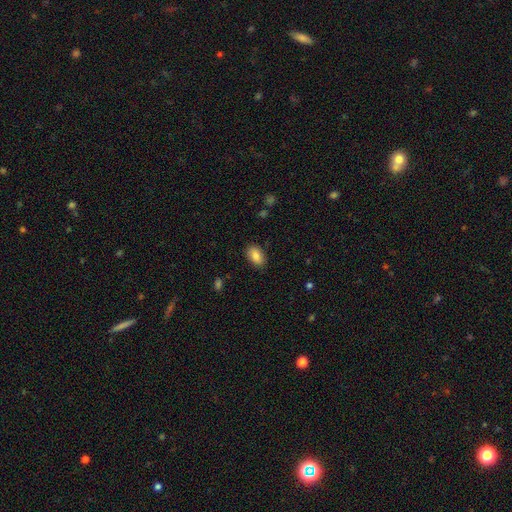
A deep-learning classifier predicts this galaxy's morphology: The model was most divided on "merging": none: 87%, minor disturbance: 10%, major disturbance: 2%, merger: 1%. More confident: how rounded — in between (89%); smooth or featured — smooth (85%).